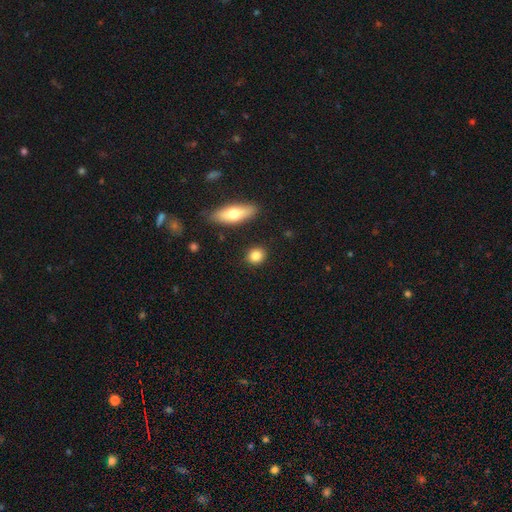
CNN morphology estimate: Smooth or featured?
  - smooth: 84% *
  - featured or disk: 8%
  - star or artifact: 8%
How rounded?
  - round: 69% *
  - in between: 28%
  - cigar-shaped: 3%
Merging?
  - none: 88% *
  - minor disturbance: 7%
  - merger: 3%
  - major disturbance: 2%